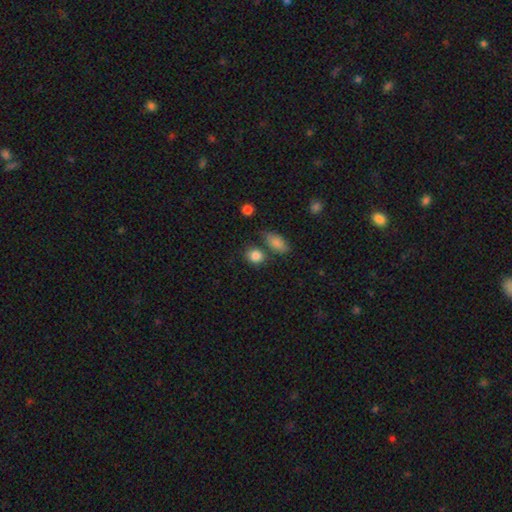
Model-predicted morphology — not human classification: The model was most divided on "how rounded": round: 65%, in between: 34%, cigar-shaped: 2%. More confident: smooth or featured — smooth (85%); merging — none (68%).